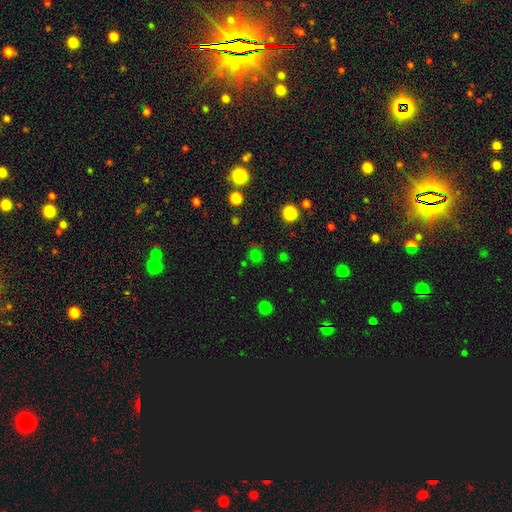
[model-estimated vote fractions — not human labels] Q: Smooth or featured?
A: smooth (62%); runner-up: star or artifact (32%)
Q: How rounded?
A: round (75%); runner-up: in between (23%)
Q: Merging?
A: none (76%); runner-up: minor disturbance (14%)